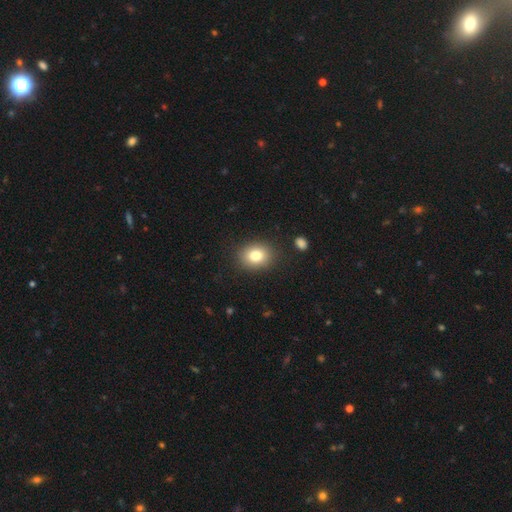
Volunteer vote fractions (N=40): Smooth or featured?
  - smooth: 90% *
  - star or artifact: 8%
  - featured or disk: 2%
How rounded?
  - round: 56% *
  - in between: 44%
  - cigar-shaped: 0%
Merging?
  - none: 86% *
  - minor disturbance: 11%
  - merger: 3%
  - major disturbance: 0%